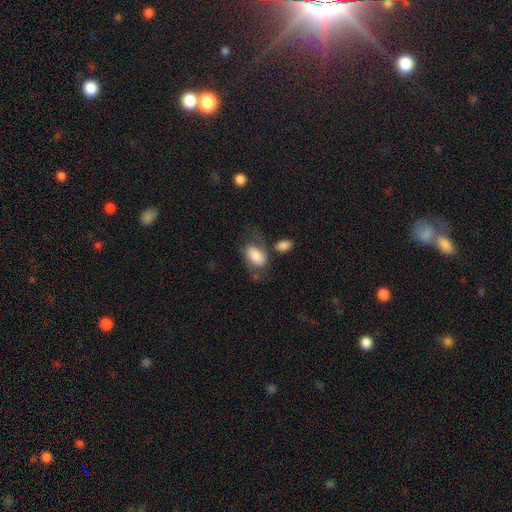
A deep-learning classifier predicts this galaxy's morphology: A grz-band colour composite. It shows a smooth galaxy with no disk features (73%) that is in between round and cigar-shaped (89%). Merging: none (41%).